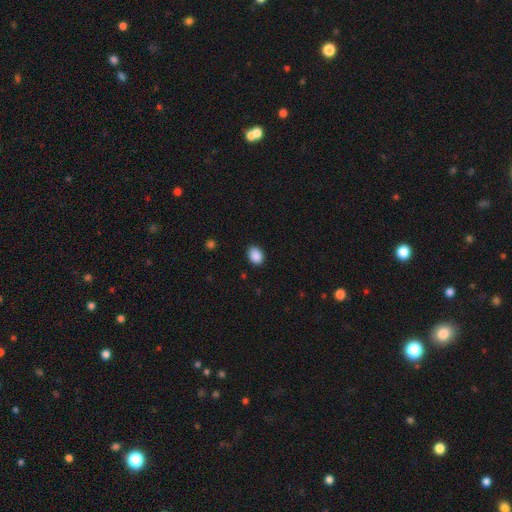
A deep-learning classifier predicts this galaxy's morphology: Smooth or featured: smooth — 89% (star or artifact — 8%)
How rounded: in between — 62% (round — 37%)
Merging: none — 87% (minor disturbance — 10%)